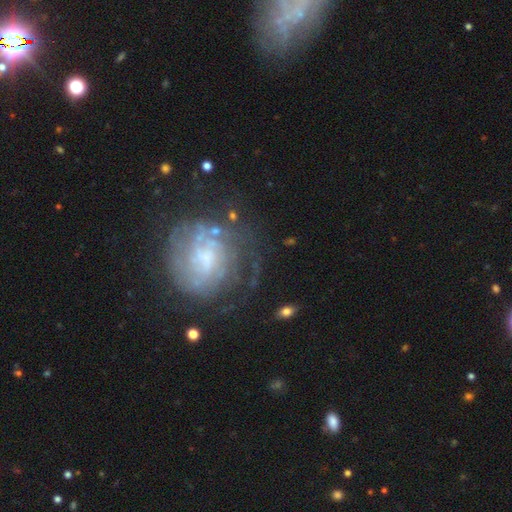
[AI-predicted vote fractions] The model was most divided on "bulge size": small: 47%, moderate: 41%, large: 6%, none: 4%, dominant: 2%. Remaining: edge-on disk — no (96%); spiral arms — yes (84%); merging — none (70%); smooth or featured — featured or disk (70%); spiral winding — tight (62%); bar — no (54%); spiral arm count — can't tell (46%).